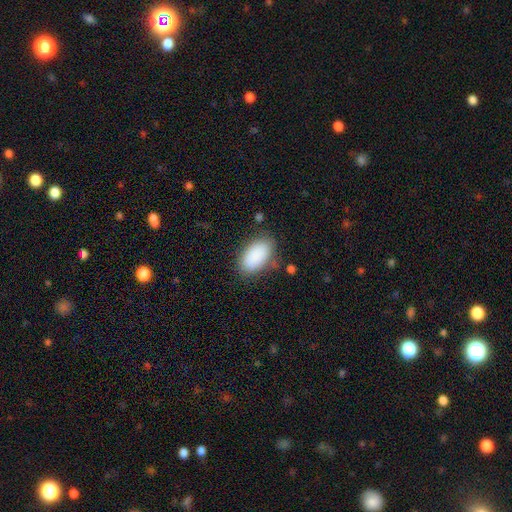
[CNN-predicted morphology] The model was most divided on "merging": none: 78%, minor disturbance: 15%, major disturbance: 5%, merger: 2%. More confident: how rounded — in between (94%); smooth or featured — smooth (88%).